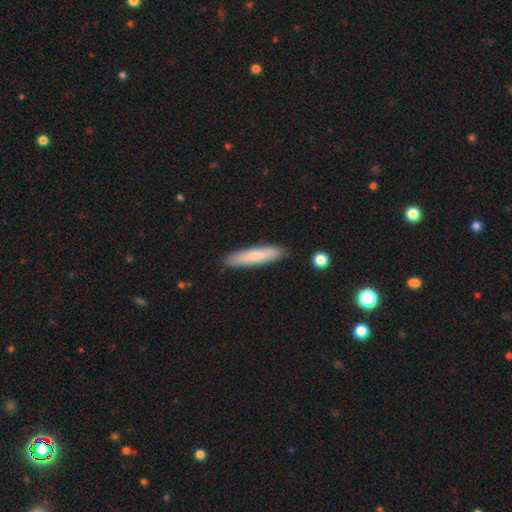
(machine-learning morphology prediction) Q: Smooth or featured?
A: smooth (78%); runner-up: featured or disk (16%)
Q: How rounded?
A: cigar-shaped (87%); runner-up: in between (12%)
Q: Merging?
A: none (89%); runner-up: minor disturbance (8%)